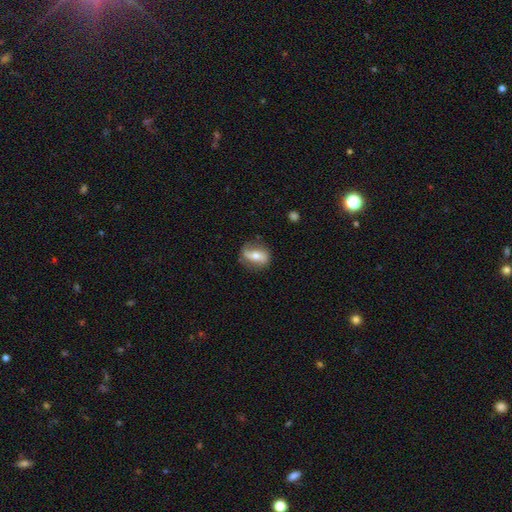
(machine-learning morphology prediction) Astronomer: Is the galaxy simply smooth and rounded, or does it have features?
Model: featured or disk — 63%.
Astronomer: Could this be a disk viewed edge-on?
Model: no — 86%.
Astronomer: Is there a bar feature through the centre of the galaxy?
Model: strong — 42% (runner-up: no, 32%).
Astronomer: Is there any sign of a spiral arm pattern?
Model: yes — 74%.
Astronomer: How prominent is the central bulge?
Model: moderate — 68%.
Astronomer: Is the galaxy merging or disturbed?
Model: none — 76%.